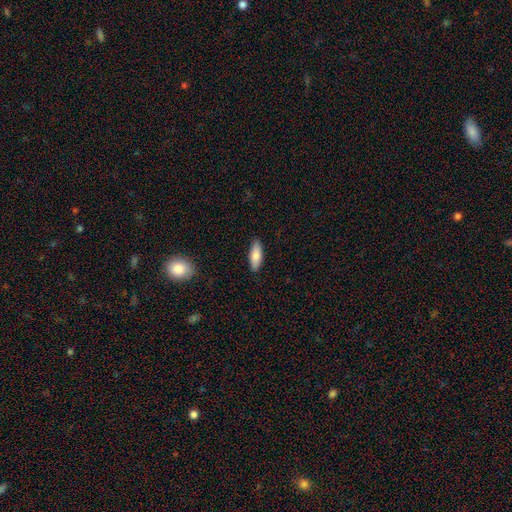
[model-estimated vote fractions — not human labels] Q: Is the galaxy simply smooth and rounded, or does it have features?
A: smooth — 83%.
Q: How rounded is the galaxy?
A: in between — 70%.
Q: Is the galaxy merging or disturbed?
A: none — 90%.